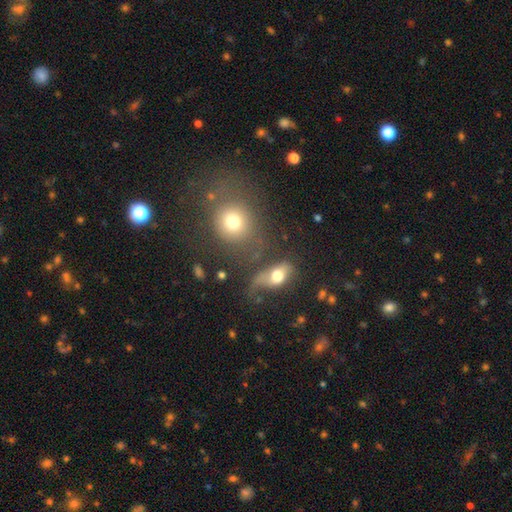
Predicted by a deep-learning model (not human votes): smooth 57%, star or artifact 23%, featured or disk 20%. Down the decision tree: how rounded — round (66%); merging — none (56%).